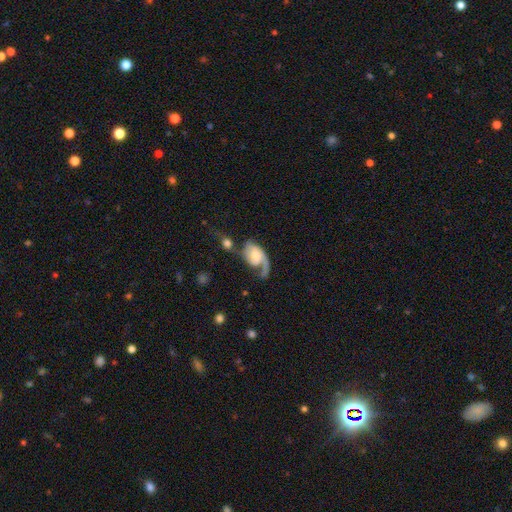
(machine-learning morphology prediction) type=featured or disk (79%); edge-on=no (97%); bar=no (61%); spiral arms=yes (94%); winding=medium (40%); arm count=1 (51%); bulge=moderate (57%); merging=none (36%).